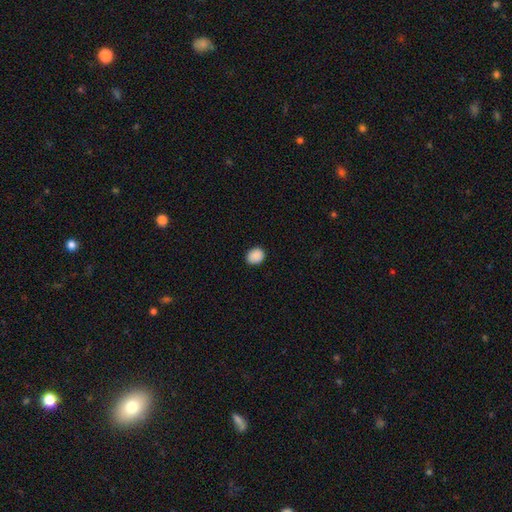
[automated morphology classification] Smooth or featured?
  - smooth: 89% *
  - star or artifact: 8%
  - featured or disk: 3%
How rounded?
  - round: 59% *
  - in between: 40%
  - cigar-shaped: 1%
Merging?
  - none: 87% *
  - minor disturbance: 10%
  - major disturbance: 2%
  - merger: 1%